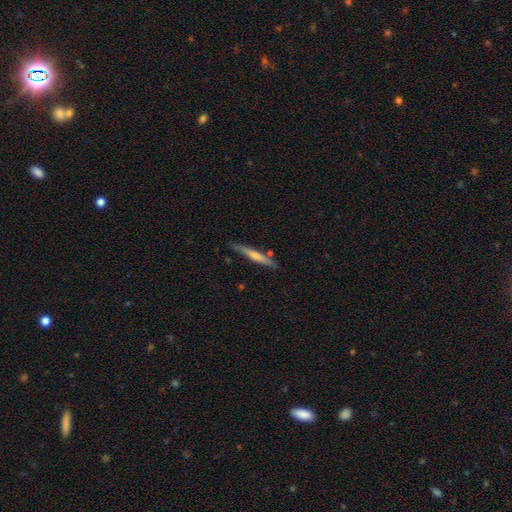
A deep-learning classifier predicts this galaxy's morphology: type=smooth (54%); roundness=cigar-shaped (94%); merging=none (79%).